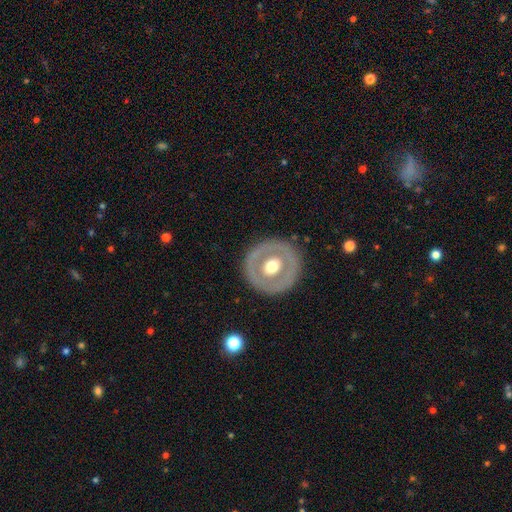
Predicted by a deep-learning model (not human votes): Overall: featured or disk (58%; smooth 36%). Edge-on disk: no (92%). Bar: no (82%). Spiral arms: no (91%). Bulge size: moderate (70%). Merging: none (86%).